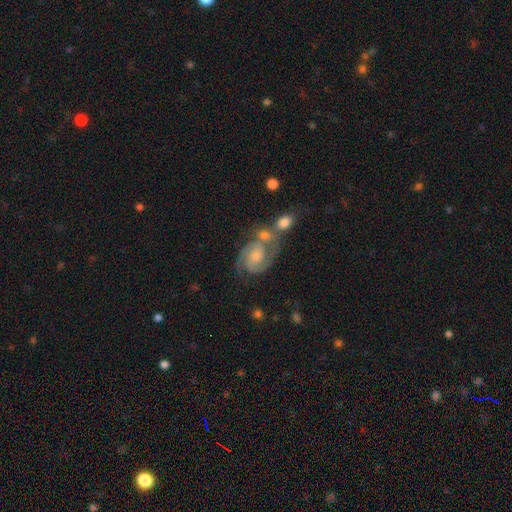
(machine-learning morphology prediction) This appears to be a featured or disk galaxy (83%) with no bar (63%), 2 (84%) medium (45%) spiral arms (96%) and a moderate central bulge (41%). Merging: merger (42%).